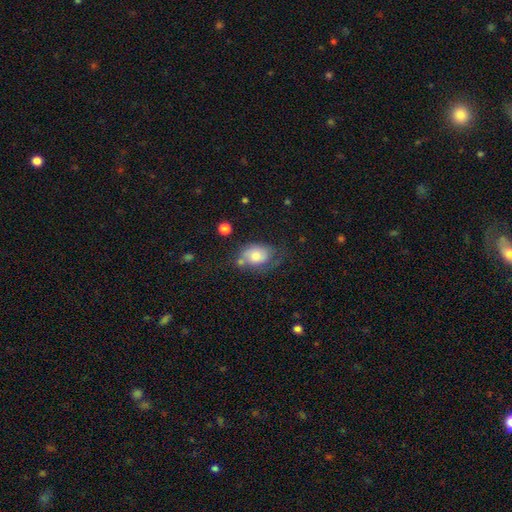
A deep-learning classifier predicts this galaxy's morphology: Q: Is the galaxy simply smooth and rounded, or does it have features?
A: smooth — 65%.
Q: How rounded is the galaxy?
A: in between — 78%.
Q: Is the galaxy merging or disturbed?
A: none — 44%.